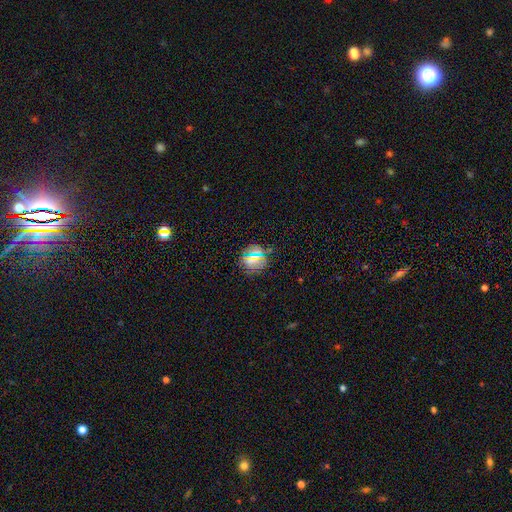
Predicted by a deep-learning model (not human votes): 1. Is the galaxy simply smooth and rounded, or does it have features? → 64% smooth, 27% star or artifact, 9% featured or disk.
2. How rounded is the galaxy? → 85% round, 13% in between, 2% cigar-shaped.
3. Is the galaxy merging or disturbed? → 83% none, 11% minor disturbance, 4% major disturbance, 2% merger.